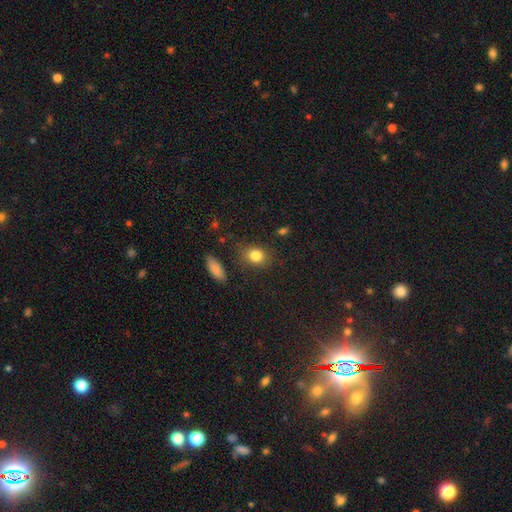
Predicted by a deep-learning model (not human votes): A smooth galaxy with no disk features (84%) that is in between round and cigar-shaped (53%). Merging: none (81%).